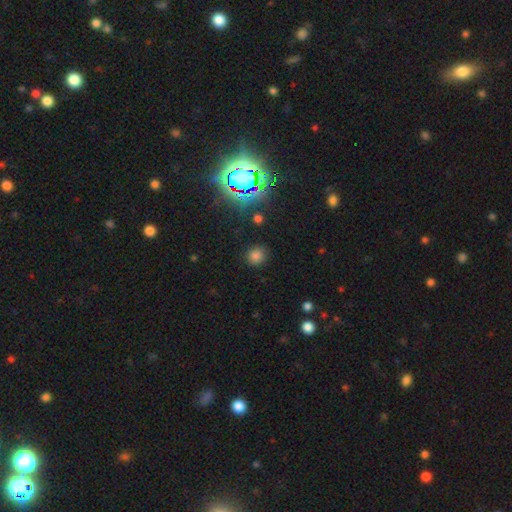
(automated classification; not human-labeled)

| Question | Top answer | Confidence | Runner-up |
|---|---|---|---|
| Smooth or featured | smooth | 72% | star or artifact (22%) |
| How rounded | round | 84% | in between (15%) |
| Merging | none | 86% | minor disturbance (9%) |